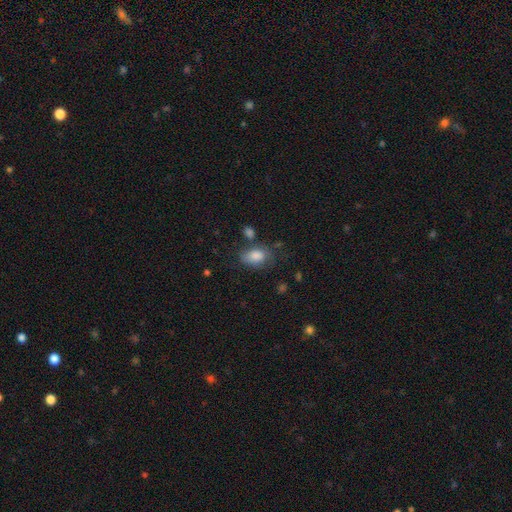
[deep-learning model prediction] This appears to be a smooth galaxy with no disk features (81%) that is in between round and cigar-shaped (88%). Merging: none (58%).